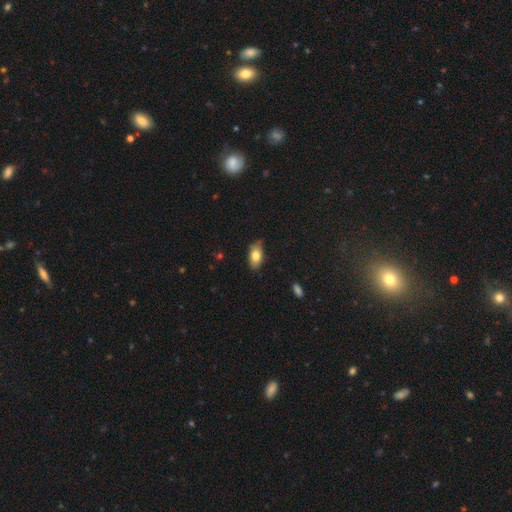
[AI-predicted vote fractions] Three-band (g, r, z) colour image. It shows a smooth galaxy with no disk features (78%) that is in between round and cigar-shaped (91%). Merging: none (76%).